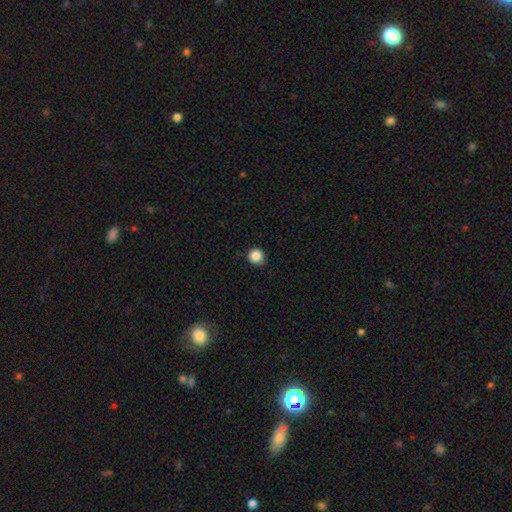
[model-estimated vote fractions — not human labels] smooth-or-featured: smooth: 86% | star or artifact: 11% | featured or disk: 3%
  how-rounded: round: 93% | in between: 6% | cigar-shaped: 1%
  merging: none: 80% | minor disturbance: 16% | major disturbance: 3% | merger: 1%